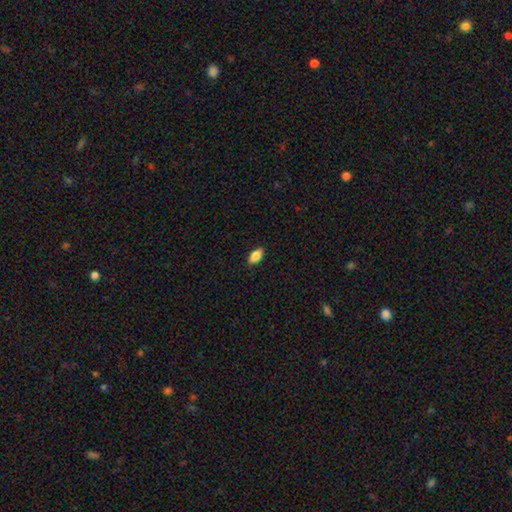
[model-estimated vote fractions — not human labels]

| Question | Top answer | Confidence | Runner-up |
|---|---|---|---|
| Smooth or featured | smooth | 87% | star or artifact (7%) |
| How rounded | in between | 90% | cigar-shaped (6%) |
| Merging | none | 88% | minor disturbance (9%) |